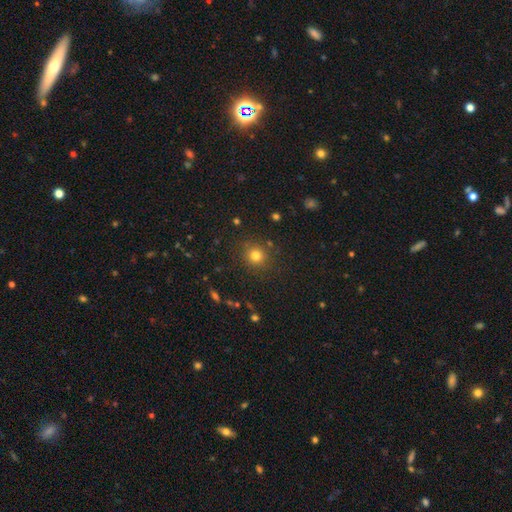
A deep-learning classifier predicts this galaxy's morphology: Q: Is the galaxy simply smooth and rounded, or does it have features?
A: smooth — 78%.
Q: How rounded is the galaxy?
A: round — 90%.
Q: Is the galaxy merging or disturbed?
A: none — 87%.